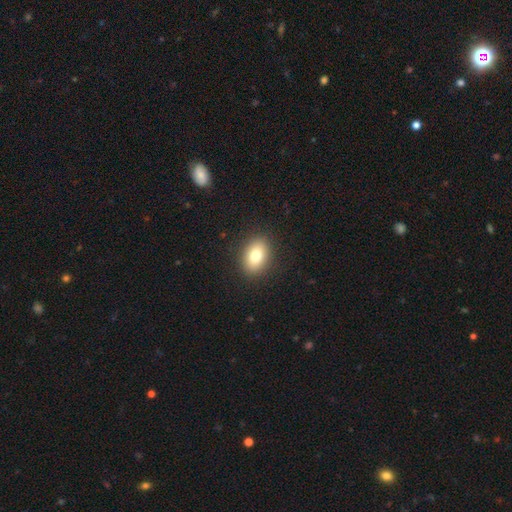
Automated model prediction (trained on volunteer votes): This appears to be a smooth galaxy with no disk features (79%) that is in between round and cigar-shaped (78%). Merging: none (89%).